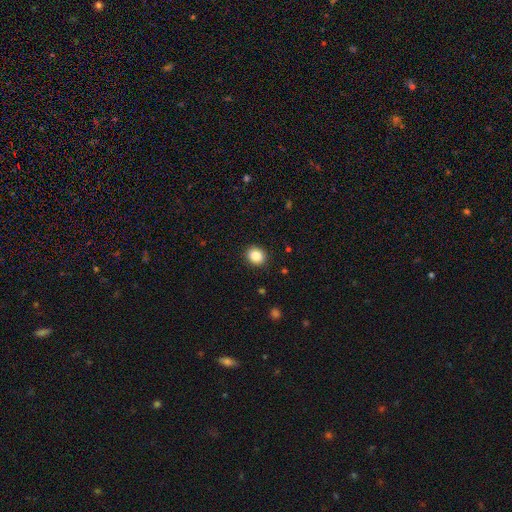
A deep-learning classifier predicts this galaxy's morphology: Smooth or featured?
  - smooth: 86% *
  - star or artifact: 10%
  - featured or disk: 5%
How rounded?
  - round: 69% *
  - in between: 30%
  - cigar-shaped: 1%
Merging?
  - none: 91% *
  - minor disturbance: 6%
  - major disturbance: 2%
  - merger: 1%